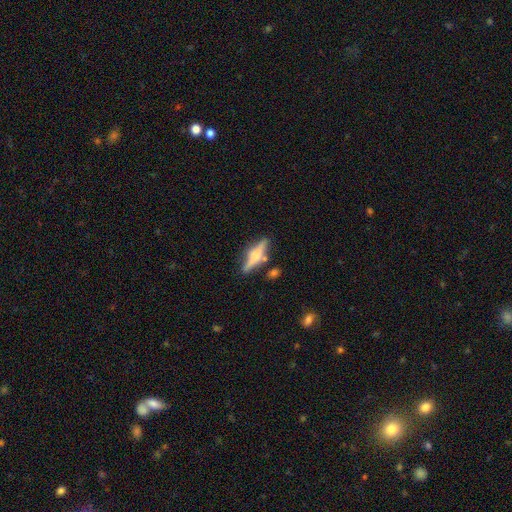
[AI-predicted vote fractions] Q: Smooth or featured?
A: featured or disk (58%); runner-up: smooth (34%)
Q: Edge-on disk?
A: yes (94%); runner-up: no (6%)
Q: Edge-on bulge?
A: rounded (82%); runner-up: boxy (13%)
Q: Merging?
A: none (74%); runner-up: minor disturbance (14%)